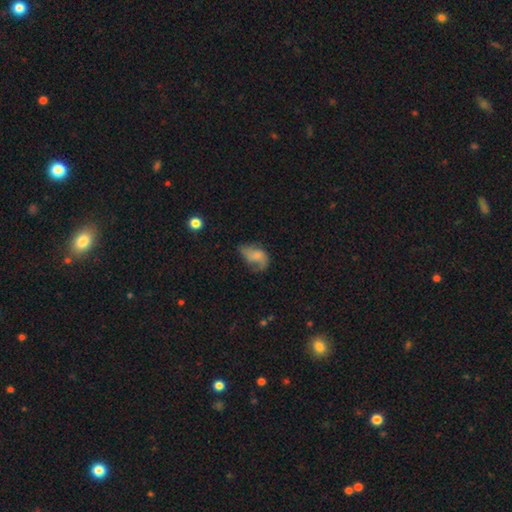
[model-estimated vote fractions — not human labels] Q: Smooth or featured?
A: smooth (50%); runner-up: featured or disk (39%)
Q: How rounded?
A: in between (85%); runner-up: round (12%)
Q: Merging?
A: none (35%); runner-up: minor disturbance (31%)